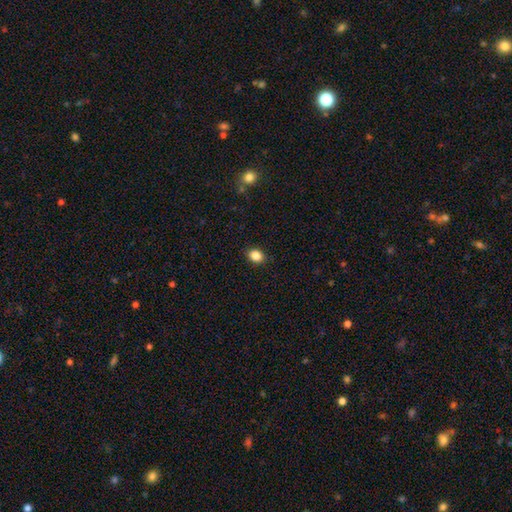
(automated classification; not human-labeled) Morphology: type=smooth (86%); roundness=round (50%); merging=none (90%).